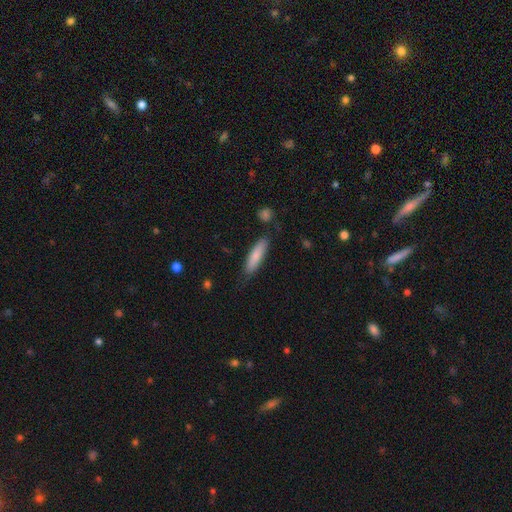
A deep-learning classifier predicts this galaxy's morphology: Smooth or featured: smooth — 78% (featured or disk — 16%)
How rounded: cigar-shaped — 71% (in between — 27%)
Merging: none — 78% (minor disturbance — 16%)